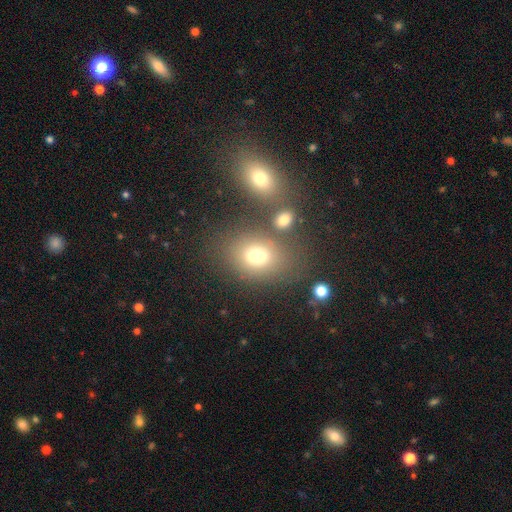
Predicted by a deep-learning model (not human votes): Morphology: type=smooth (68%); roundness=in between (57%); merging=none (46%).